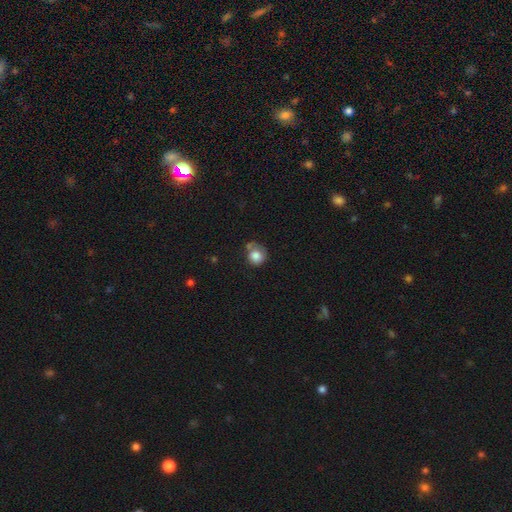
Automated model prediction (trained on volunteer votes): smooth 82%, featured or disk 9%, star or artifact 9%. Down the decision tree: how rounded — round (81%); merging — none (50%).